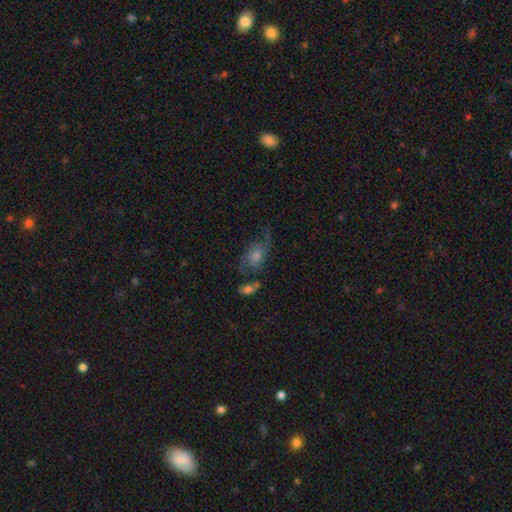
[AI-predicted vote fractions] Smooth or featured: featured or disk — 67% (smooth — 19%)
Edge-on disk: no — 94% (yes — 6%)
Bar: no — 68% (weak — 28%)
Spiral arms: yes — 89% (no — 11%)
Spiral winding: loose — 55% (medium — 34%)
Spiral arm count: 2 — 76% (can't tell — 9%)
Bulge size: moderate — 51% (small — 27%)
Merging: none — 52% (minor disturbance — 19%)